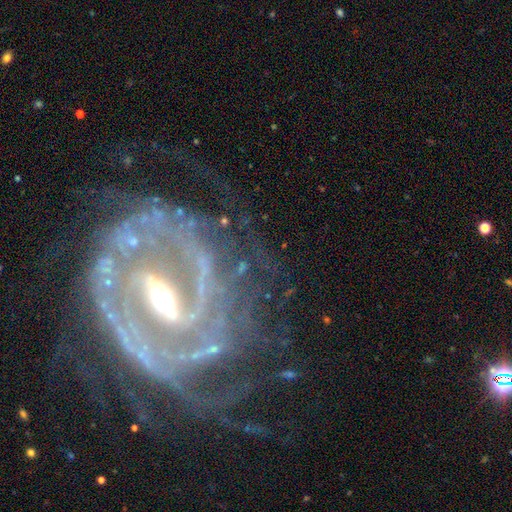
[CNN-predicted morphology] A featured or disk galaxy (91%) with a strong bar (52%), 2 (33%) tight (61%) spiral arms (95%) and a moderate central bulge (56%).

Vote fractions:
- Smooth or featured? featured or disk: 91% / star or artifact: 6% / smooth: 3%
- Edge-on disk? no: 97% / yes: 3%
- Bar? strong: 52% / weak: 35% / no: 13%
- Spiral arms? yes: 95% / no: 5%
- Spiral winding? tight: 61% / medium: 32% / loose: 8%
- Spiral arm count? 2: 33% / can't tell: 25% / 3: 17% / 4: 10% / more than 4: 8% / 1: 8%
- Bulge size? moderate: 56% / small: 36% / large: 6% / none: 2% / dominant: 1%
- Merging? none: 60% / minor disturbance: 20% / major disturbance: 18% / merger: 3%